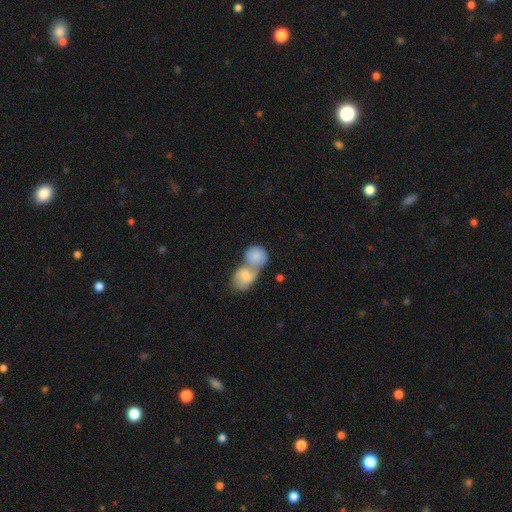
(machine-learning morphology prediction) The model was most divided on "how rounded": round: 60%, in between: 39%, cigar-shaped: 2%. More confident: smooth or featured — smooth (78%); merging — merger (77%).